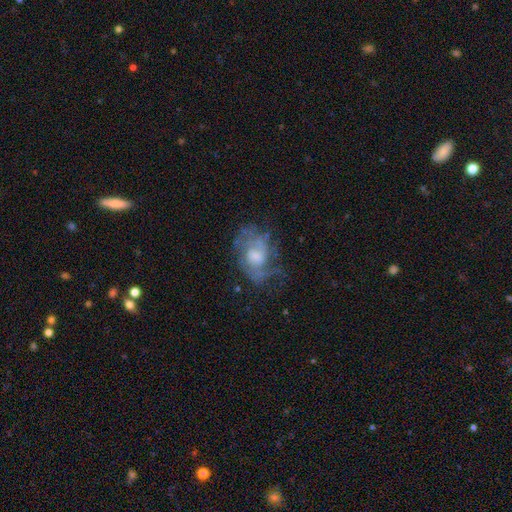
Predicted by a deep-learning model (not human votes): smooth_or_featured: featured or disk (p=0.68) [alt: smooth p=0.22]
disk_edge_on: no (p=0.96) [alt: yes p=0.04]
bar: no (p=0.66) [alt: weak p=0.30]
has_spiral_arms: yes (p=0.69) [alt: no p=0.31]
bulge_size: moderate (p=0.47) [alt: small p=0.28]
merging: none (p=0.52) [alt: minor disturbance p=0.23]